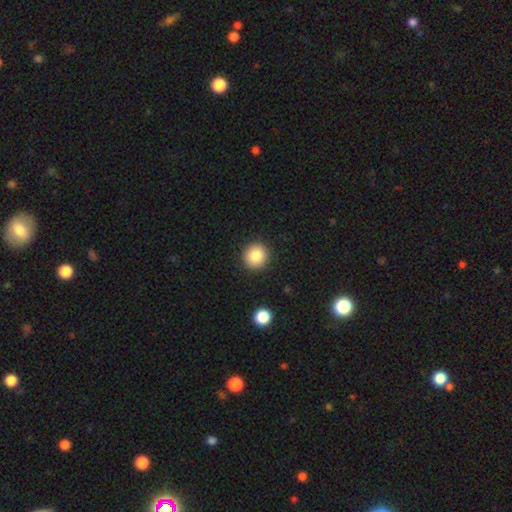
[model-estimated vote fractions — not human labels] Morphology: type=smooth (82%); roundness=round (93%); merging=none (91%).